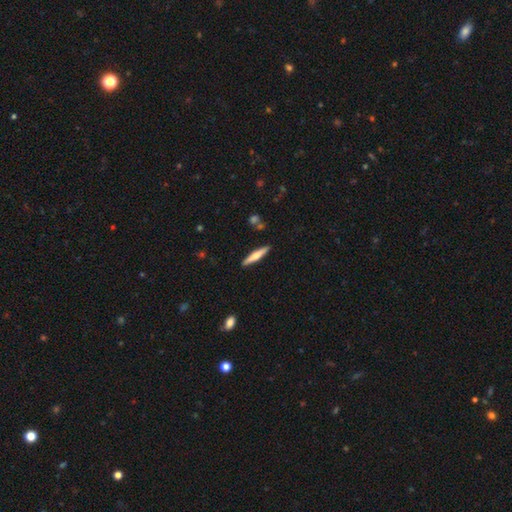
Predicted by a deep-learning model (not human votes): smooth_or_featured: smooth (p=0.55) [alt: featured or disk p=0.39]
how_rounded: cigar-shaped (p=0.89) [alt: in between p=0.09]
merging: none (p=0.89) [alt: minor disturbance p=0.07]